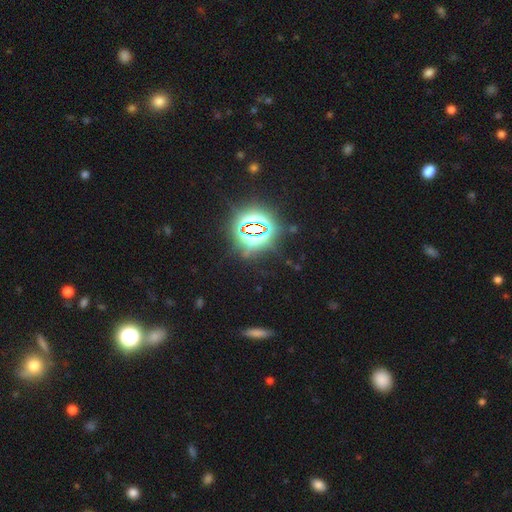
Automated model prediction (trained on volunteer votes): A star or artifact, not a galaxy (78%).